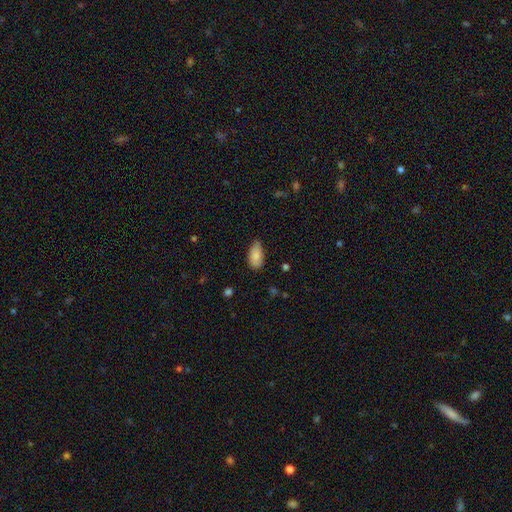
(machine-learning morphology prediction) smooth 86%, featured or disk 8%, star or artifact 7%. Down the decision tree: how rounded — in between (92%); merging — none (63%).